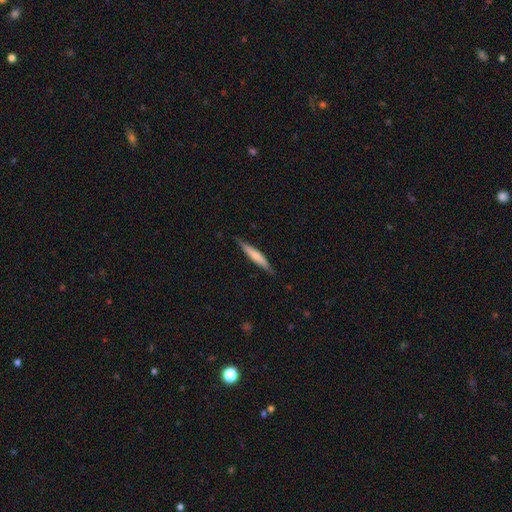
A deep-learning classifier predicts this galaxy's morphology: This appears to be a smooth galaxy with no disk features (61%) that is cigar-shaped (92%). Merging: none (84%).